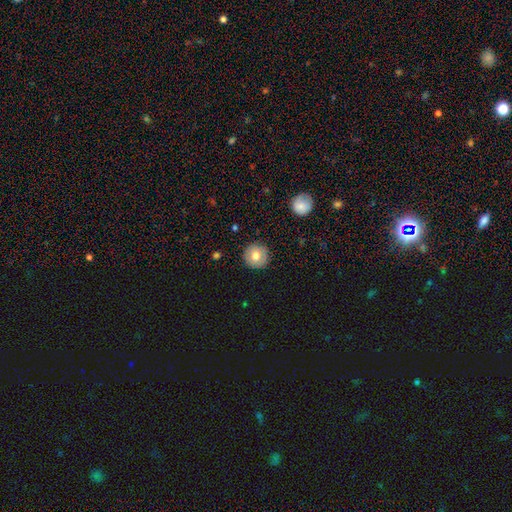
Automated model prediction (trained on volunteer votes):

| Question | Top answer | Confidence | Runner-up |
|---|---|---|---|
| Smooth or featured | smooth | 71% | featured or disk (21%) |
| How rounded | round | 95% | in between (4%) |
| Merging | none | 90% | minor disturbance (7%) |